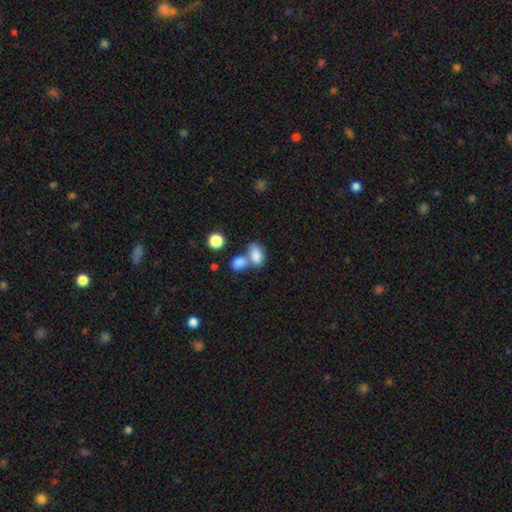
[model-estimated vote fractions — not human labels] This is clearly a smooth galaxy (82%). How rounded: clearly in between (87%). Merging: possibly merger (47%).